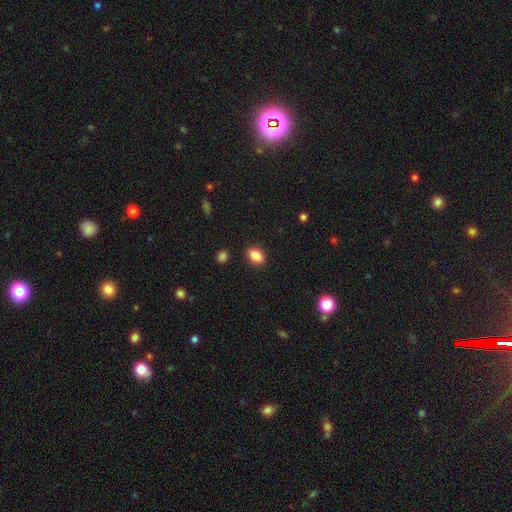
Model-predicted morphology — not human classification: Smooth or featured: smooth — 87% (star or artifact — 9%)
How rounded: in between — 80% (round — 18%)
Merging: none — 89% (minor disturbance — 7%)